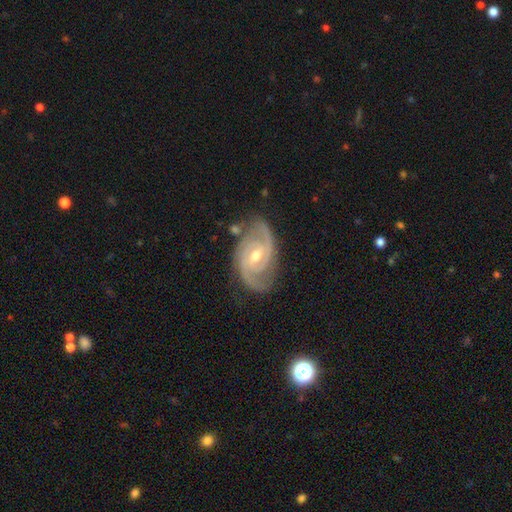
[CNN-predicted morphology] Smooth or featured: featured or disk — 92% (star or artifact — 4%)
Edge-on disk: no — 97% (yes — 3%)
Bar: weak — 47% (no — 38%)
Spiral arms: yes — 98% (no — 2%)
Spiral winding: tight — 60% (medium — 35%)
Spiral arm count: 2 — 71% (3 — 17%)
Bulge size: moderate — 59% (small — 38%)
Merging: none — 77% (minor disturbance — 17%)